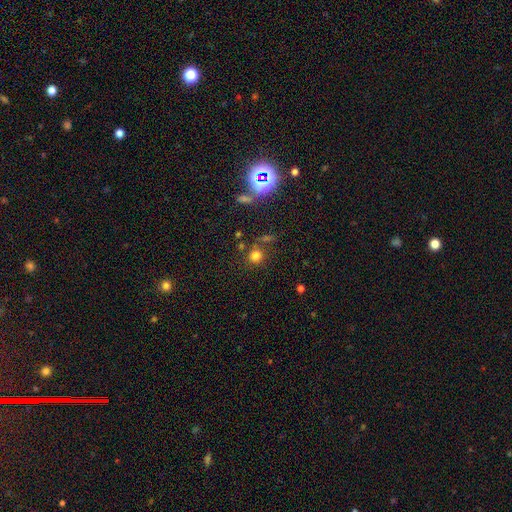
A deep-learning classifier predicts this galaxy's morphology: Smooth or featured?
  - smooth: 72% *
  - star or artifact: 22%
  - featured or disk: 7%
How rounded?
  - round: 85% *
  - in between: 13%
  - cigar-shaped: 1%
Merging?
  - none: 73% *
  - minor disturbance: 12%
  - merger: 10%
  - major disturbance: 6%